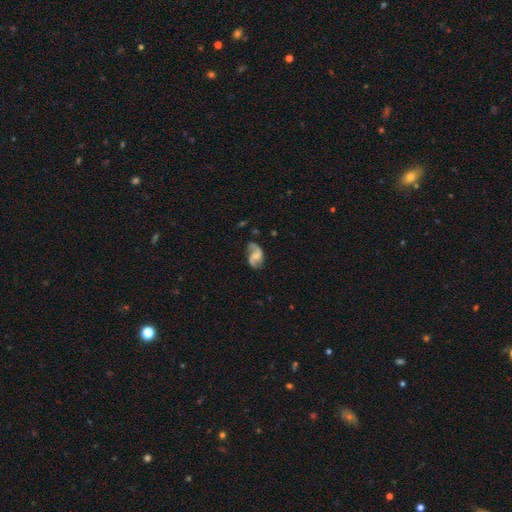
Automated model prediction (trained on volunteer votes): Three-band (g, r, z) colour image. It shows a featured or disk galaxy (83%) with no bar (47%), 2 (90%) loose (54%) spiral arms (95%) and a small central bulge (41%, tied with moderate). Merging: none (67%).